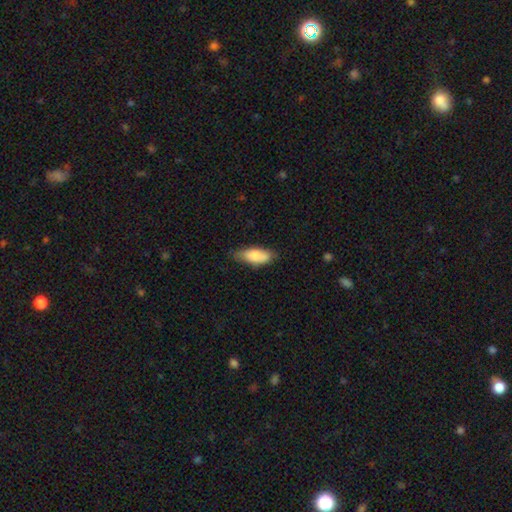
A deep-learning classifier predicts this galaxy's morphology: smooth_or_featured: smooth (p=0.81) [alt: featured or disk p=0.13]
how_rounded: in between (p=0.77) [alt: cigar-shaped p=0.21]
merging: none (p=0.70) [alt: minor disturbance p=0.25]